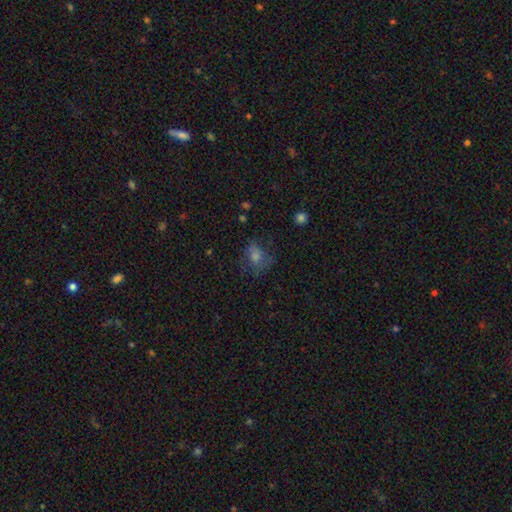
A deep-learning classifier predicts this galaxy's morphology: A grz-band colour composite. It shows a smooth galaxy with no disk features (54%) that is round (50%). Merging: none (54%).